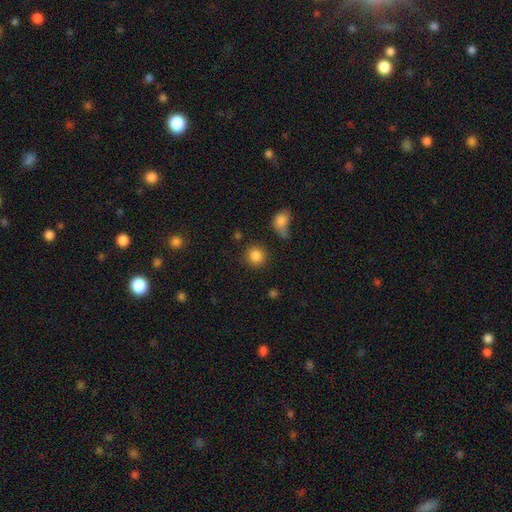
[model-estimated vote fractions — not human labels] smooth-or-featured: smooth: 85% | star or artifact: 10% | featured or disk: 5%
  how-rounded: round: 90% | in between: 9% | cigar-shaped: 1%
  merging: none: 82% | minor disturbance: 9% | merger: 5% | major disturbance: 4%